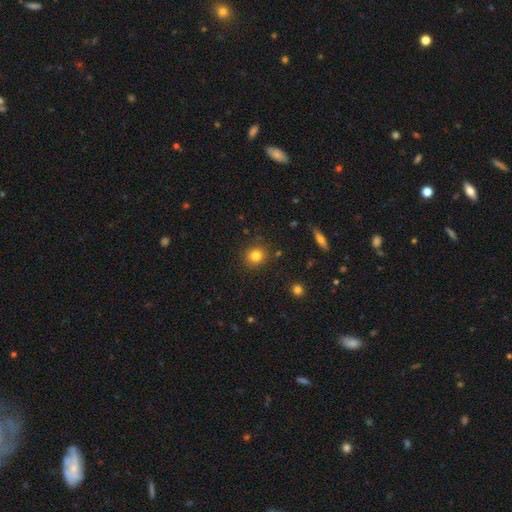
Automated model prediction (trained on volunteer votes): smooth_or_featured: smooth (p=0.81) [alt: star or artifact p=0.12]
how_rounded: round (p=0.88) [alt: in between p=0.11]
merging: none (p=0.87) [alt: minor disturbance p=0.08]